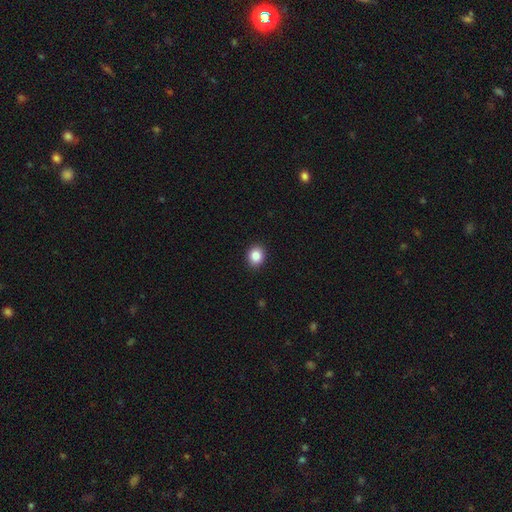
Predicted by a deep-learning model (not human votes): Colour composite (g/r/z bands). It shows a smooth galaxy with no disk features (86%) that is round (69%). Merging: none (91%).